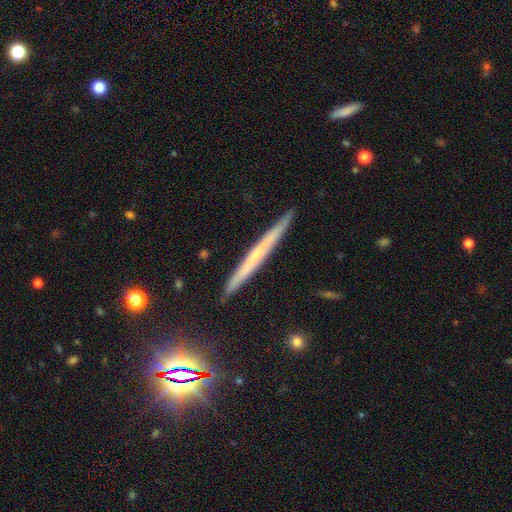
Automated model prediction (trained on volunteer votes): Smooth or featured: featured or disk — 58% (smooth — 33%)
Edge-on disk: yes — 97% (no — 3%)
Edge-on bulge: none — 66% (rounded — 30%)
Merging: none — 91% (minor disturbance — 7%)